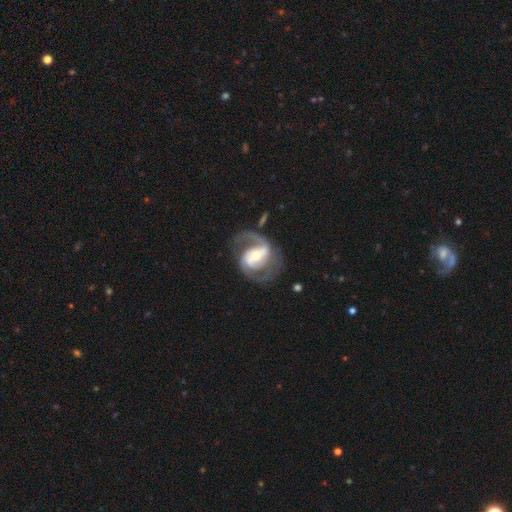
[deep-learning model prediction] Smooth or featured? Predicted: featured or disk (p=0.86). Edge-on disk? Predicted: no (p=0.97). Bar? Predicted: strong (p=0.40). Spiral arms? Predicted: yes (p=0.93). Spiral winding? Predicted: medium (p=0.52). Spiral arm count? Predicted: 2 (p=0.84). Bulge size? Predicted: moderate (p=0.56). Merging? Predicted: none (p=0.65).